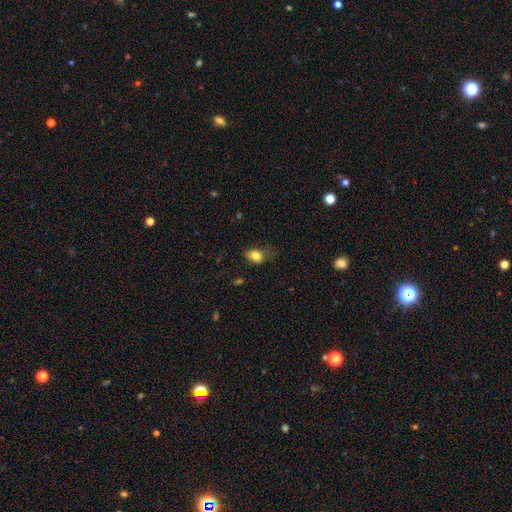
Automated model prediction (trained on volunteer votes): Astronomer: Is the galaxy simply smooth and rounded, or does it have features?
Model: smooth — 81%.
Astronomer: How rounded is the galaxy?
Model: in between — 70%.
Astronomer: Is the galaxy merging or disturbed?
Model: none — 50% (runner-up: minor disturbance, 34%).